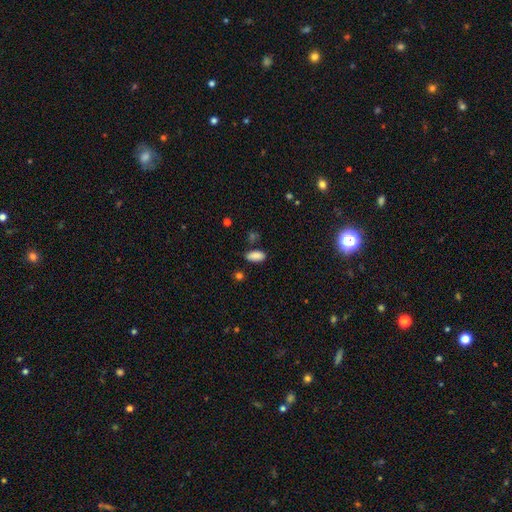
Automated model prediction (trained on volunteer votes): A smooth galaxy with no disk features (87%) that is in between round and cigar-shaped (89%).

Vote fractions:
- Smooth or featured? smooth: 87% / star or artifact: 9% / featured or disk: 4%
- How rounded? in between: 89% / cigar-shaped: 8% / round: 3%
- Merging? none: 80% / minor disturbance: 14% / merger: 3% / major disturbance: 3%